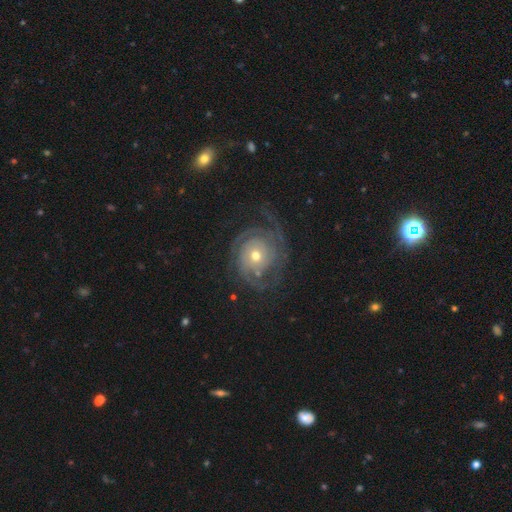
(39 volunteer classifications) Q: Smooth or featured?
A: featured or disk (90%); runner-up: smooth (5%)
Q: Edge-on disk?
A: no (97%); runner-up: yes (3%)
Q: Bar?
A: no (79%); runner-up: weak (18%)
Q: Spiral arms?
A: yes (100%)
Q: Spiral winding?
A: tight (62%); runner-up: medium (35%)
Q: Spiral arm count?
A: 2 (41%); tied with: 3 (41%)
Q: Bulge size?
A: moderate (56%); runner-up: small (35%)
Q: Merging?
A: none (65%); runner-up: minor disturbance (24%)